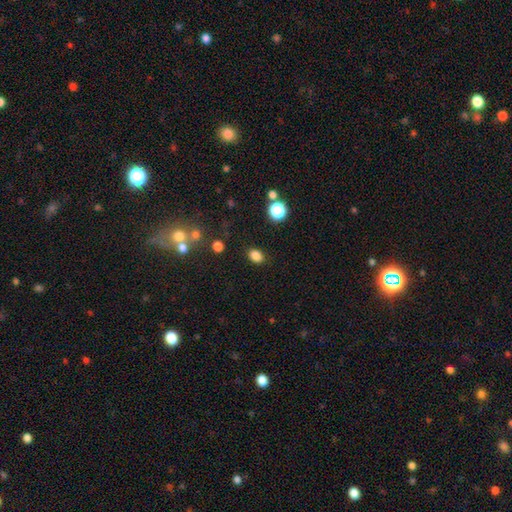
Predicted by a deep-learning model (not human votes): A smooth galaxy with no disk features (83%) that is in between round and cigar-shaped (75%).

Vote fractions:
- Smooth or featured? smooth: 83% / star or artifact: 12% / featured or disk: 4%
- How rounded? in between: 75% / round: 24% / cigar-shaped: 1%
- Merging? none: 86% / minor disturbance: 9% / major disturbance: 3% / merger: 2%